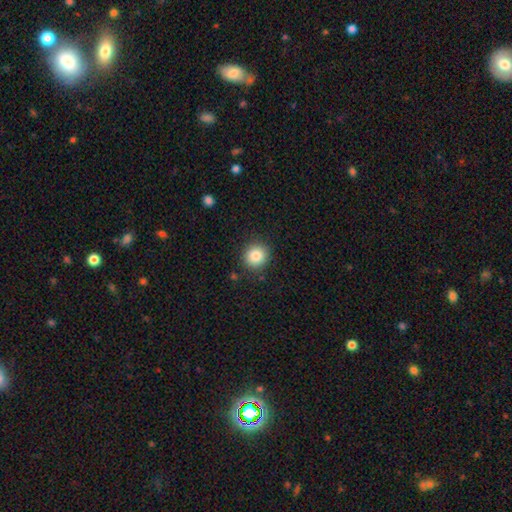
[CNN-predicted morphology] A smooth galaxy with no disk features (85%) that is round (89%).

Vote fractions:
- Smooth or featured? smooth: 85% / star or artifact: 10% / featured or disk: 6%
- How rounded? round: 89% / in between: 10% / cigar-shaped: 1%
- Merging? none: 89% / minor disturbance: 7% / major disturbance: 2% / merger: 1%